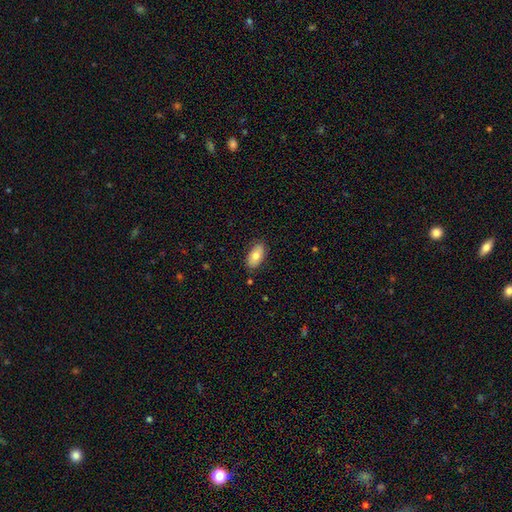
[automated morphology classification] smooth 77%, featured or disk 16%, star or artifact 6%. Down the decision tree: how rounded — in between (93%); merging — none (84%).